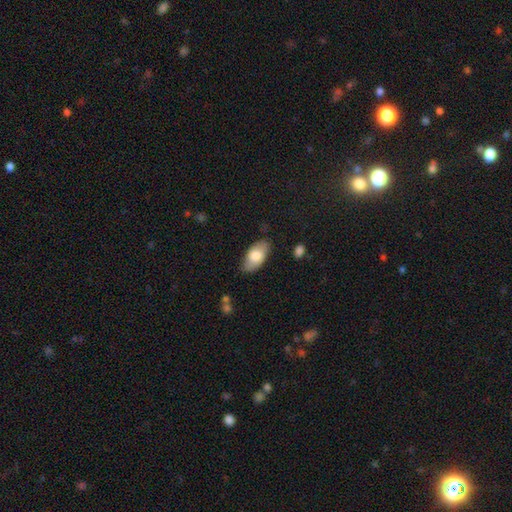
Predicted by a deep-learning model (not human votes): smooth_or_featured: smooth (p=0.76) [alt: featured or disk p=0.18]
how_rounded: in between (p=0.93) [alt: cigar-shaped p=0.04]
merging: none (p=0.78) [alt: minor disturbance p=0.16]